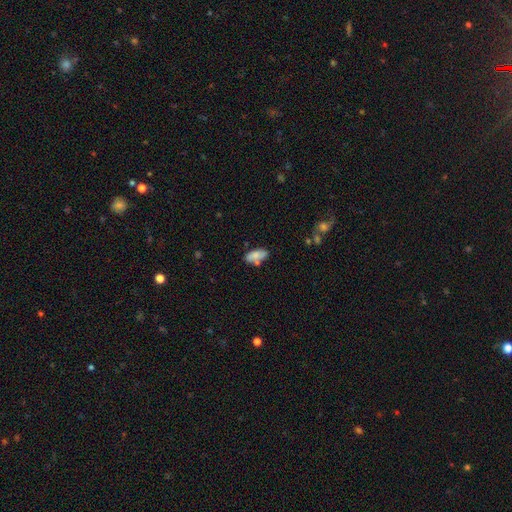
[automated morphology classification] This appears to be a smooth galaxy with no disk features (74%) that is in between round and cigar-shaped (87%). Merging: none (66%).